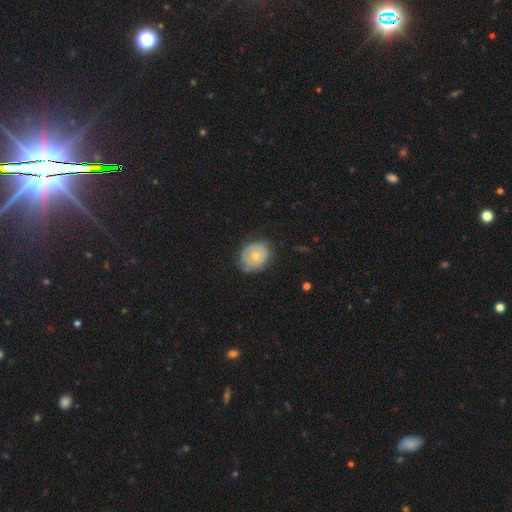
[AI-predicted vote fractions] A smooth galaxy with no disk features (52%) that is round (61%). Merging: none (66%).